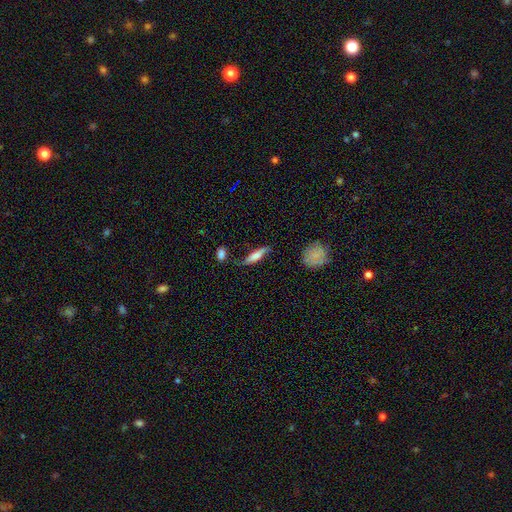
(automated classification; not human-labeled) Overall: smooth (51%; featured or disk 42%). How rounded: cigar-shaped (67%; in between 30%). Merging: none (57%; minor disturbance 27%).